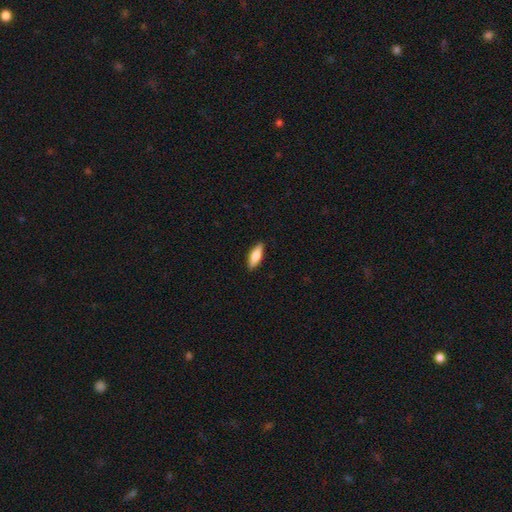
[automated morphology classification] smooth 74%, featured or disk 20%, star or artifact 6%. Down the decision tree: how rounded — in between (60%); merging — none (88%).